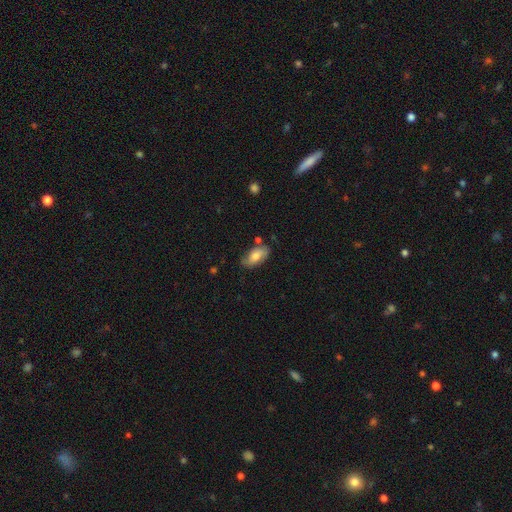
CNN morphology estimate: This is likely a smooth galaxy (68%). How rounded: clearly in between (91%). Merging: likely none (71%).